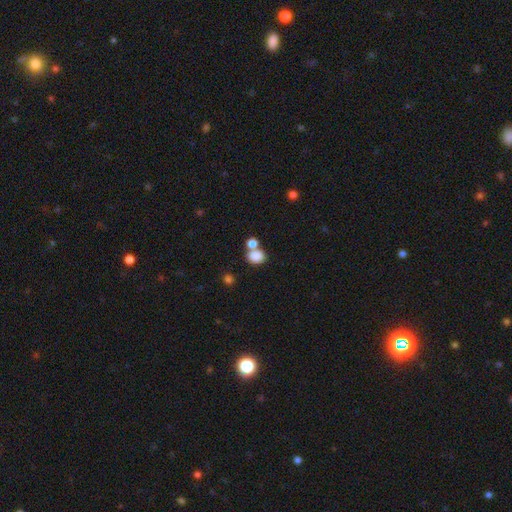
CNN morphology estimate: smooth 84%, star or artifact 10%, featured or disk 7%. Down the decision tree: how rounded — round (54%); merging — none (47%).